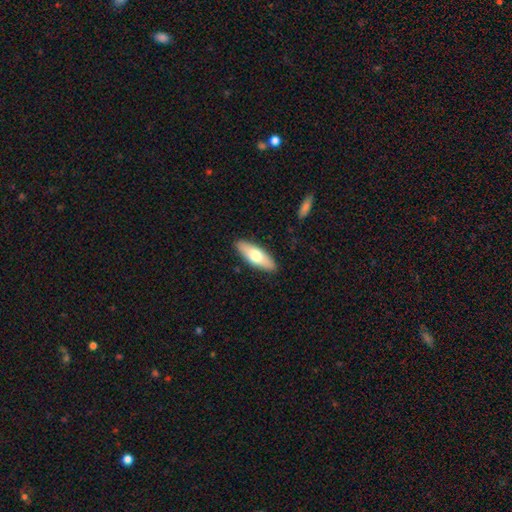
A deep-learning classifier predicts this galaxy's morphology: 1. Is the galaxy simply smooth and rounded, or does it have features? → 66% smooth, 29% featured or disk, 5% star or artifact.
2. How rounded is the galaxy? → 62% in between, 36% cigar-shaped, 2% round.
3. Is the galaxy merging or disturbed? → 89% none, 8% minor disturbance, 2% major disturbance, 1% merger.